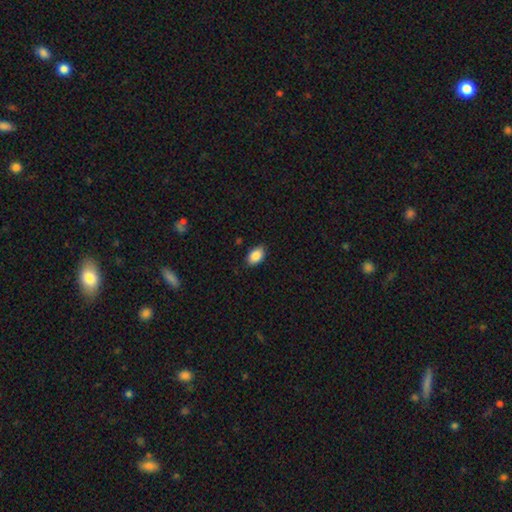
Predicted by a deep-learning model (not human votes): A smooth galaxy with no disk features (88%) that is in between round and cigar-shaped (89%). Merging: none (86%).